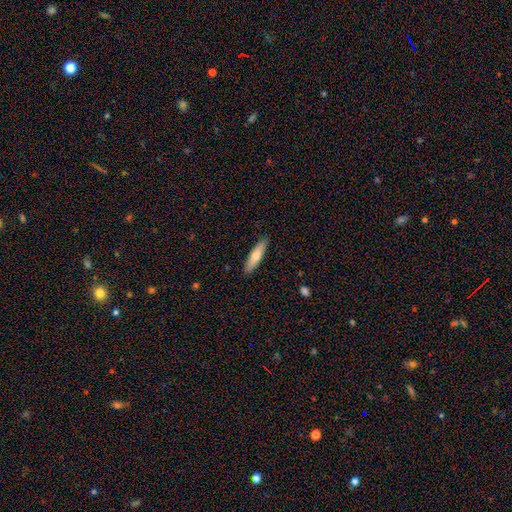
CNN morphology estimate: smooth-or-featured: smooth: 68% | featured or disk: 26% | star or artifact: 6%
  how-rounded: cigar-shaped: 75% | in between: 23% | round: 2%
  merging: none: 89% | minor disturbance: 8% | major disturbance: 2% | merger: 1%